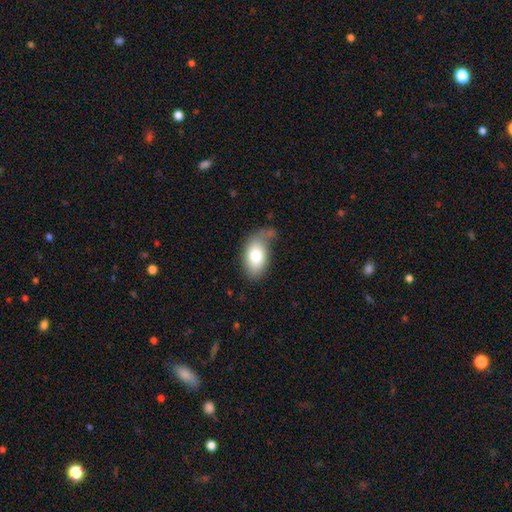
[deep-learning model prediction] The model was most divided on "merging": none: 50%, minor disturbance: 29%, major disturbance: 13%, merger: 7%. More confident: how rounded — in between (91%); smooth or featured — smooth (79%).